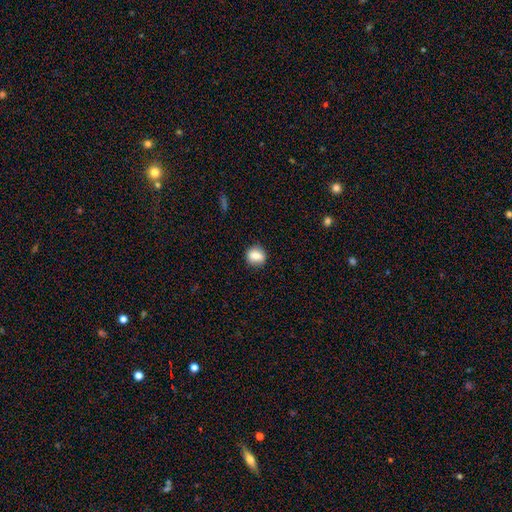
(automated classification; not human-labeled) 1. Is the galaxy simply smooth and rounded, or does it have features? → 79% smooth, 12% featured or disk, 9% star or artifact.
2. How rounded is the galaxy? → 70% round, 28% in between, 2% cigar-shaped.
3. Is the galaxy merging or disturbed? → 87% none, 10% minor disturbance, 3% major disturbance, 1% merger.